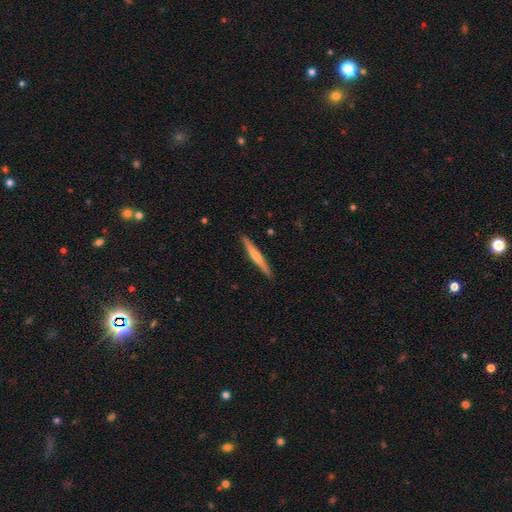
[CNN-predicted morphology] Smooth or featured? Predicted: featured or disk (p=0.51). Edge-on disk? Predicted: yes (p=0.97). Merging? Predicted: none (p=0.91).